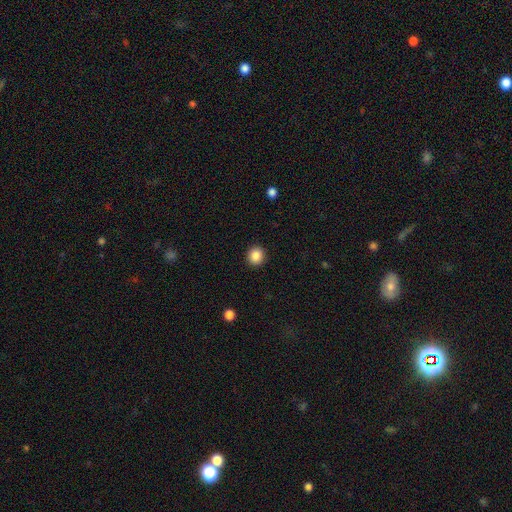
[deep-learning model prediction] Smooth or featured? Predicted: smooth (p=0.87). How rounded? Predicted: round (p=0.87). Merging? Predicted: none (p=0.92).